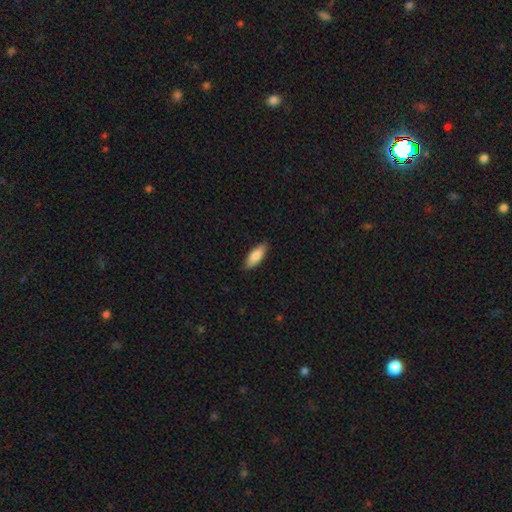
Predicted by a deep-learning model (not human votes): Smooth or featured?
  - smooth: 85% *
  - featured or disk: 10%
  - star or artifact: 5%
How rounded?
  - in between: 67% *
  - cigar-shaped: 31%
  - round: 2%
Merging?
  - none: 88% *
  - minor disturbance: 9%
  - major disturbance: 2%
  - merger: 1%